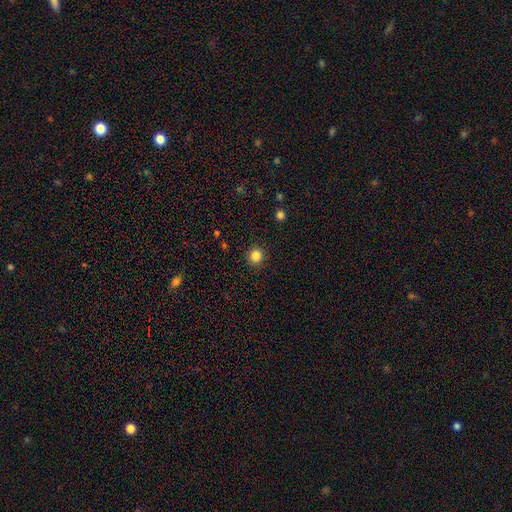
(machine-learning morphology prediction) This appears to be a smooth galaxy with no disk features (85%) that is round (93%). Merging: none (91%).